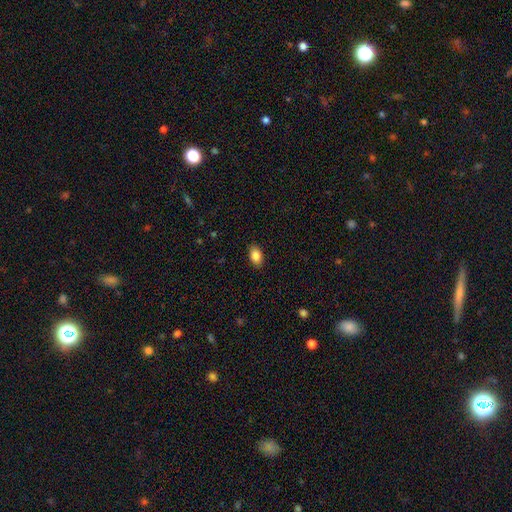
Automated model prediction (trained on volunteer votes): Q: Smooth or featured?
A: smooth (85%); runner-up: star or artifact (8%)
Q: How rounded?
A: in between (87%); runner-up: round (11%)
Q: Merging?
A: none (89%); runner-up: minor disturbance (8%)